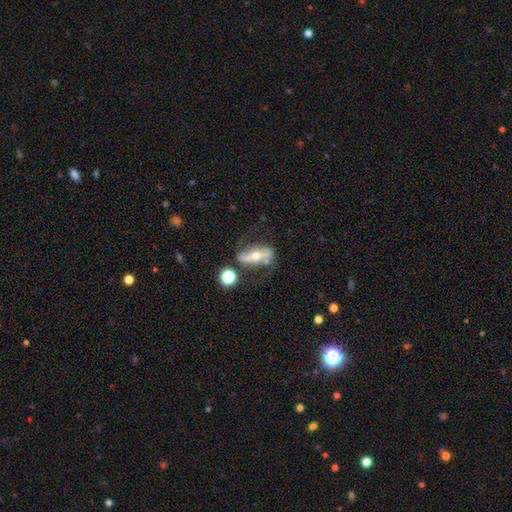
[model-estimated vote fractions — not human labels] smooth-or-featured: featured or disk: 66% | smooth: 25% | star or artifact: 8%
  disk-edge-on: no: 75% | yes: 25%
  merging: none: 59% | minor disturbance: 19% | major disturbance: 13% | merger: 8%